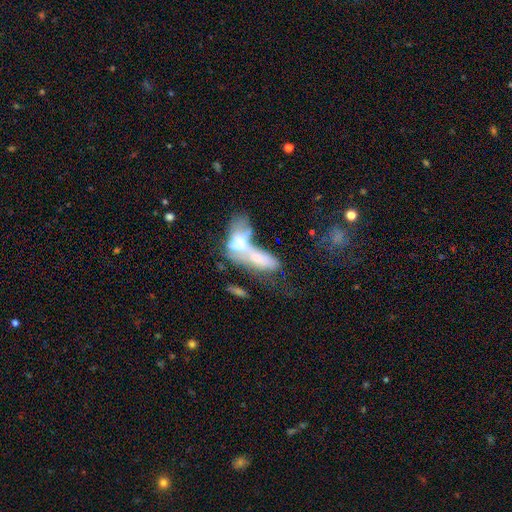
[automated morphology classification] A featured or disk galaxy (49%). Merging: merger (74%).